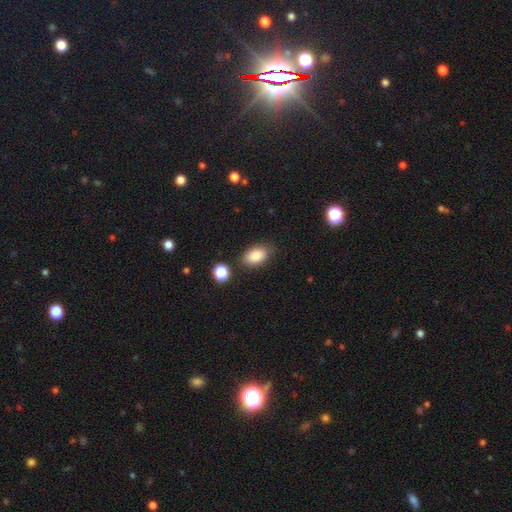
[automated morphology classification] This appears to be a smooth galaxy with no disk features (84%) that is in between round and cigar-shaped (89%). Merging: none (78%).